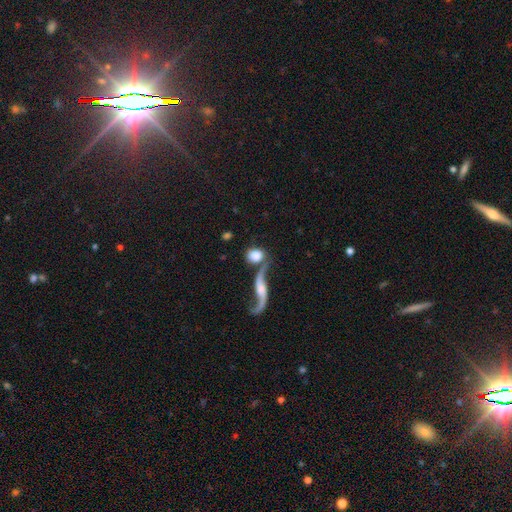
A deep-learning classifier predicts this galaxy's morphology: This appears to be a smooth galaxy with no disk features (63%) that is round (59%). Merging: none (50%).